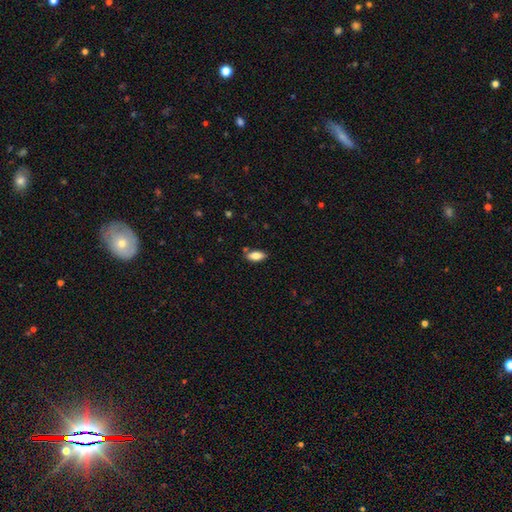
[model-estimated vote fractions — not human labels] smooth_or_featured: smooth (p=0.81) [alt: featured or disk p=0.11]
how_rounded: in between (p=0.86) [alt: cigar-shaped p=0.12]
merging: none (p=0.81) [alt: minor disturbance p=0.12]